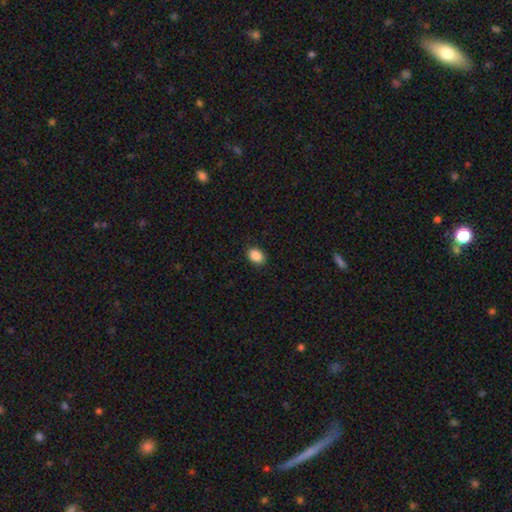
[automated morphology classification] Smooth or featured: smooth — 89% (star or artifact — 8%)
How rounded: in between — 78% (round — 21%)
Merging: none — 90% (minor disturbance — 8%)